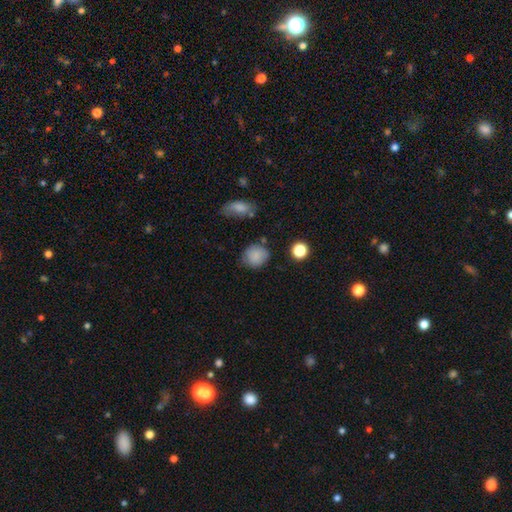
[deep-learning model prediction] Overall: smooth (85%). How rounded: round (76%). Merging: none (75%).